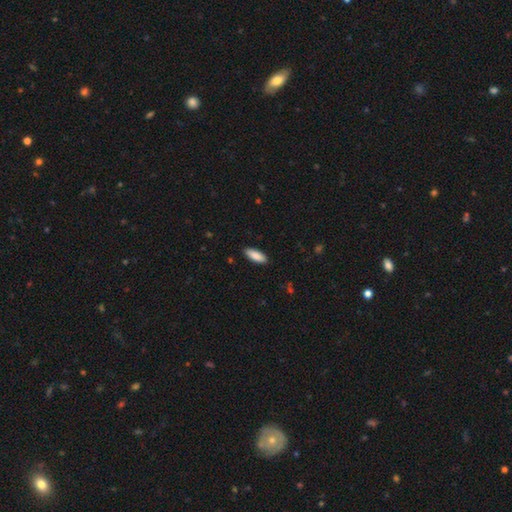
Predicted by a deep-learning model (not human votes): Overall: smooth (88%). How rounded: in between (72%). Merging: none (89%).